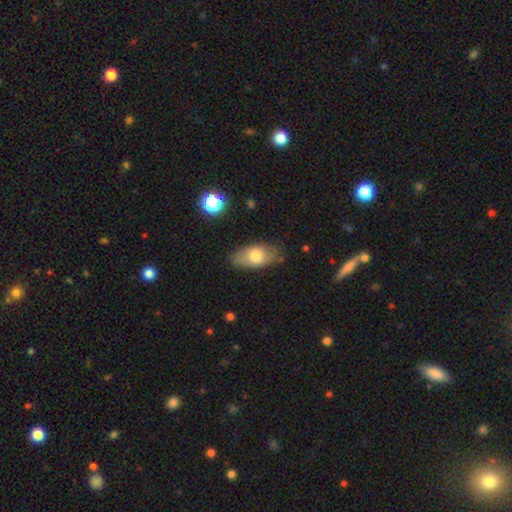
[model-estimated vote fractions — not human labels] Q: Smooth or featured?
A: smooth (70%); runner-up: featured or disk (23%)
Q: How rounded?
A: in between (90%); runner-up: cigar-shaped (5%)
Q: Merging?
A: none (76%); runner-up: minor disturbance (18%)